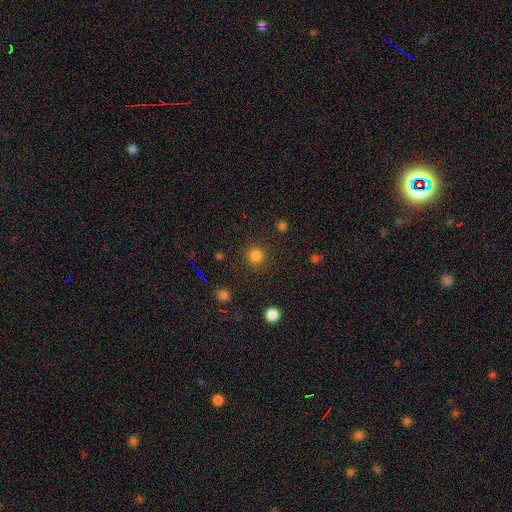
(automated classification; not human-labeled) smooth-or-featured: smooth: 82% | star or artifact: 14% | featured or disk: 4%
  how-rounded: round: 94% | in between: 5% | cigar-shaped: 1%
  merging: none: 89% | minor disturbance: 6% | major disturbance: 3% | merger: 2%